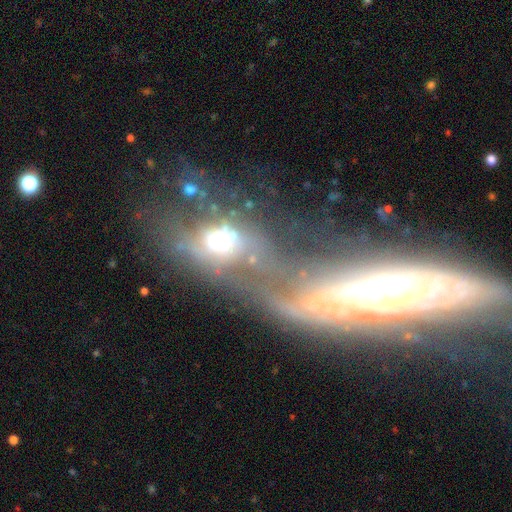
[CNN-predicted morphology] type=featured or disk (57%); edge-on=no (83%); merging=merger (62%).